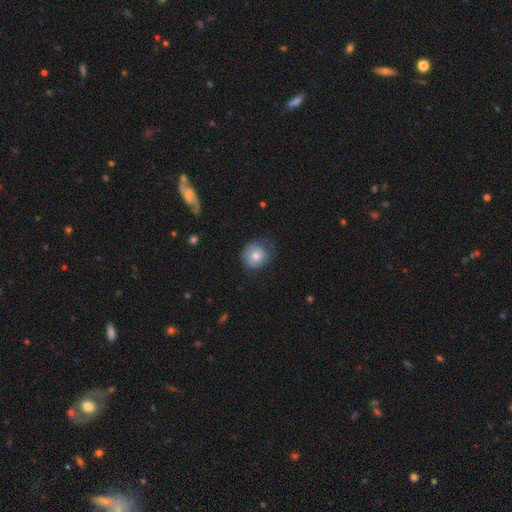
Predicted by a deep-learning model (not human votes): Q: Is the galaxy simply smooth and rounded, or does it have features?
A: smooth — 72%.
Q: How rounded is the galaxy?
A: round — 86%.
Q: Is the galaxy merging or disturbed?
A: none — 61%.